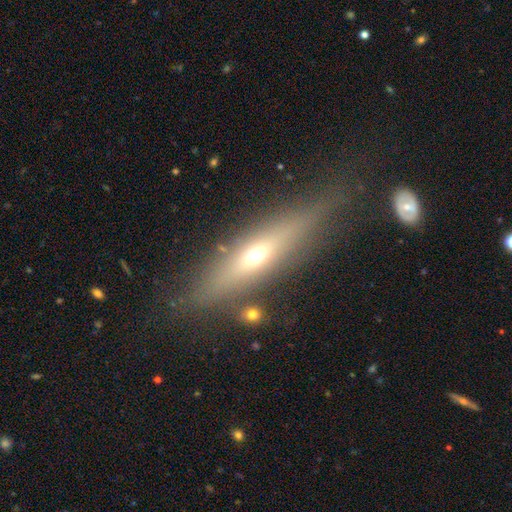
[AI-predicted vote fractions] A featured or disk galaxy (56%) viewed edge-on (83%).

Vote fractions:
- Smooth or featured? featured or disk: 56% / smooth: 33% / star or artifact: 10%
- Edge-on disk? yes: 83% / no: 17%
- Merging? none: 75% / minor disturbance: 15% / major disturbance: 7% / merger: 4%